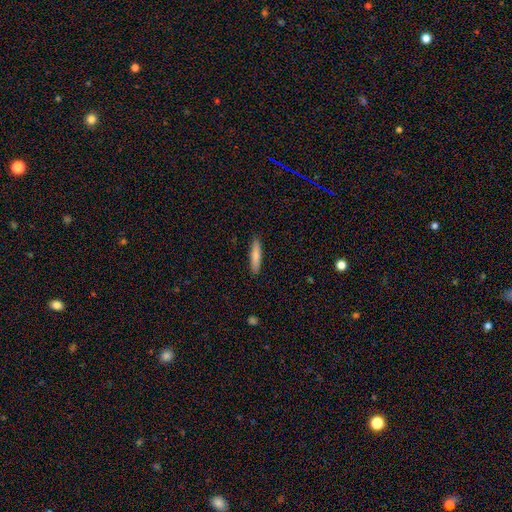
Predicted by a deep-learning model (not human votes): smooth 80%, featured or disk 15%, star or artifact 6%. Down the decision tree: how rounded — cigar-shaped (83%); merging — none (90%).